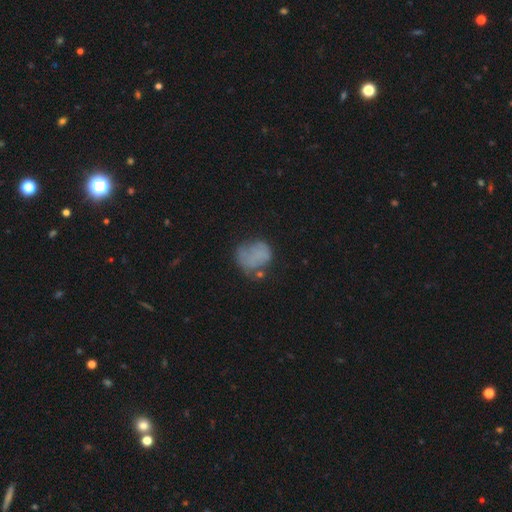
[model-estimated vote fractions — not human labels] A smooth galaxy with no disk features (61%) that is round (58%).

Vote fractions:
- Smooth or featured? smooth: 61% / featured or disk: 26% / star or artifact: 13%
- How rounded? round: 58% / in between: 40% / cigar-shaped: 1%
- Merging? none: 43% / minor disturbance: 29% / major disturbance: 23% / merger: 6%